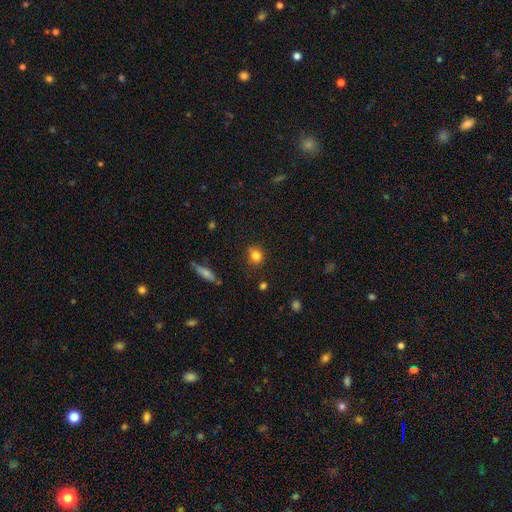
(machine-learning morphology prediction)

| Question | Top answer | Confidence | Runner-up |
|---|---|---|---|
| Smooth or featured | smooth | 81% | star or artifact (11%) |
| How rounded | round | 62% | in between (36%) |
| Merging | none | 77% | minor disturbance (16%) |